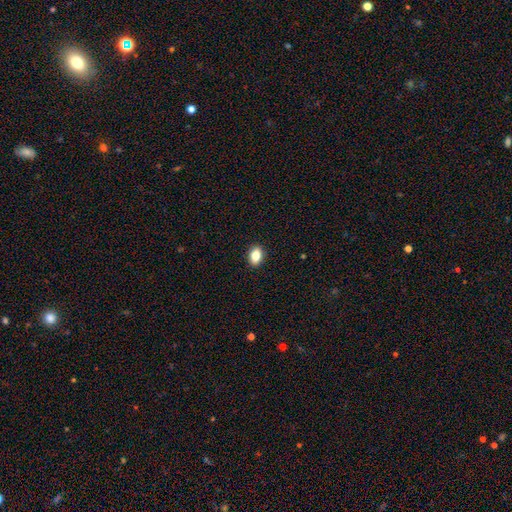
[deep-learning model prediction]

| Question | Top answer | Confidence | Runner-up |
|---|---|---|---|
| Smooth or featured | smooth | 84% | star or artifact (9%) |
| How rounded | in between | 82% | round (16%) |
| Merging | none | 90% | minor disturbance (7%) |